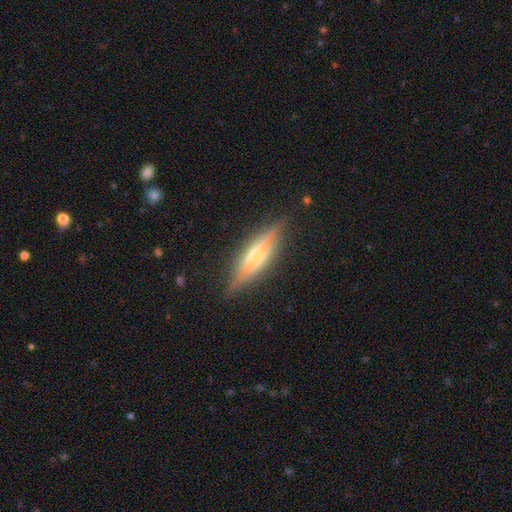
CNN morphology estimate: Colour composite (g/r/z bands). It shows a featured or disk galaxy (73%) viewed edge-on (94%) with a rounded central bulge (62%). Merging: none (85%).